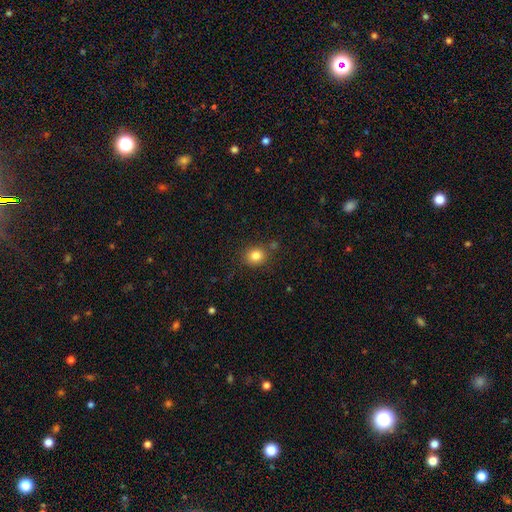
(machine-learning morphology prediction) type=smooth (82%); roundness=round (74%); merging=none (80%).